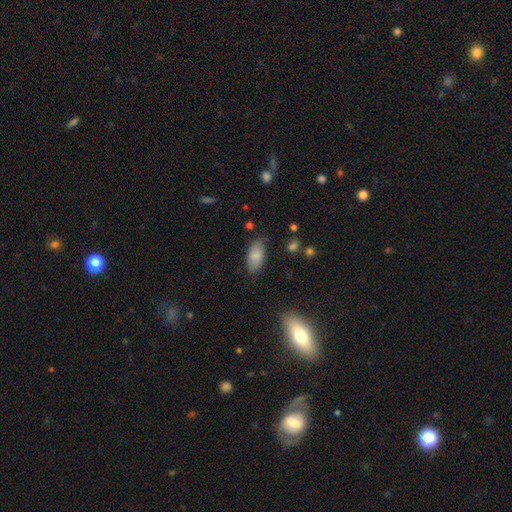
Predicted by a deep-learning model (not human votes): This is clearly a smooth galaxy (83%). How rounded: clearly in between (91%). Merging: clearly none (81%).